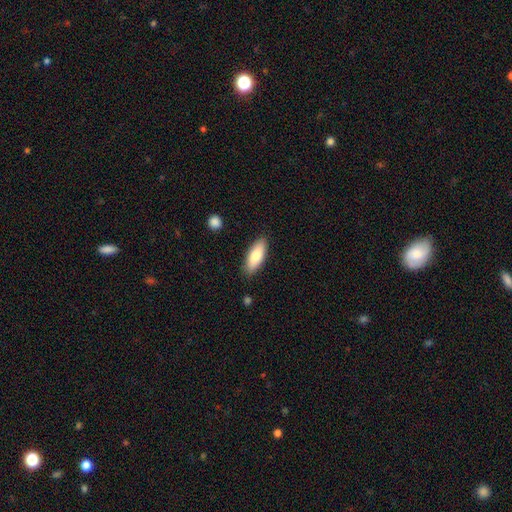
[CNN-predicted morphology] Smooth or featured?
  - smooth: 78% *
  - featured or disk: 17%
  - star or artifact: 6%
How rounded?
  - in between: 71% *
  - cigar-shaped: 27%
  - round: 2%
Merging?
  - none: 87% *
  - minor disturbance: 10%
  - major disturbance: 2%
  - merger: 1%